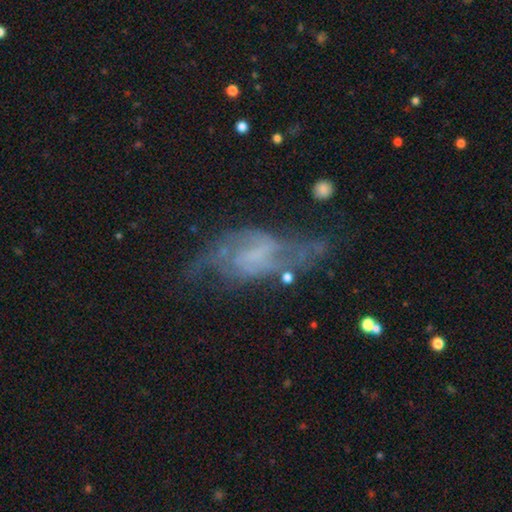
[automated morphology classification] Overall: featured or disk (74%). Edge-on disk: no (92%). Bar: weak (43%; no 40%). Spiral arms: yes (82%). Spiral arm count: 2 (74%). Spiral winding: loose (45%; medium 39%). Bulge size: none (53%; small 28%). Merging: none (48%; major disturbance 24%).